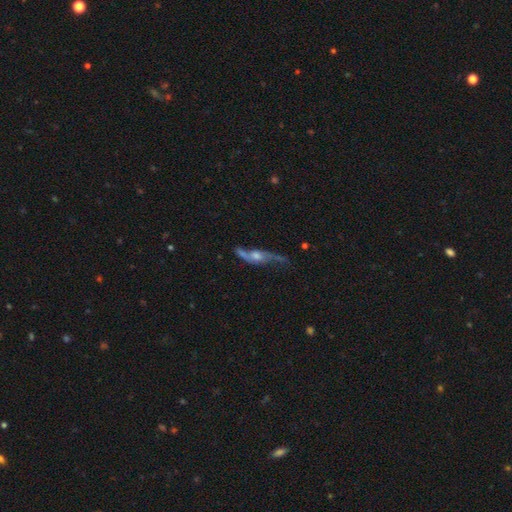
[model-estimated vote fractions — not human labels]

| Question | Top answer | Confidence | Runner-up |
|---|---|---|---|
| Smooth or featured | featured or disk | 79% | smooth (12%) |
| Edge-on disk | no | 64% | yes (36%) |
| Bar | no | 68% | weak (25%) |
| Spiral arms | yes | 87% | no (13%) |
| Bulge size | moderate | 56% | small (28%) |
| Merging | none | 55% | minor disturbance (21%) |